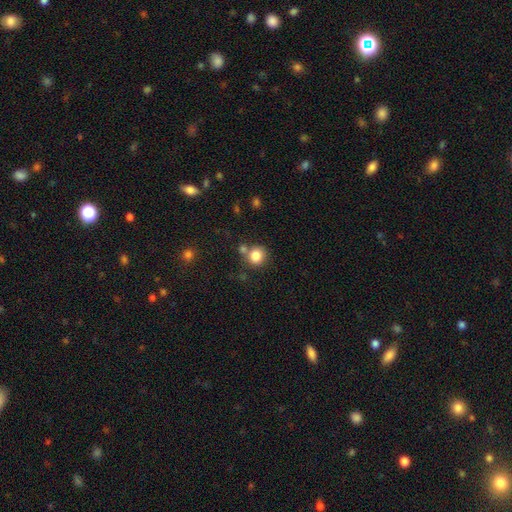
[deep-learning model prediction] The model was most divided on "merging": none: 66%, merger: 19%, minor disturbance: 11%, major disturbance: 4%. More confident: how rounded — round (87%); smooth or featured — smooth (82%).